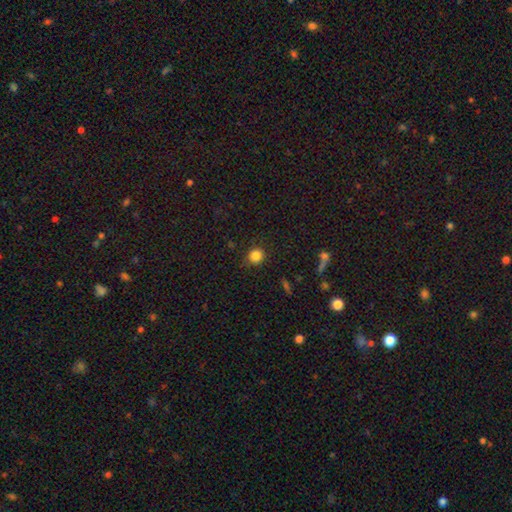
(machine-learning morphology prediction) smooth_or_featured: smooth (p=0.84) [alt: star or artifact p=0.11]
how_rounded: round (p=0.87) [alt: in between p=0.12]
merging: none (p=0.85) [alt: minor disturbance p=0.10]